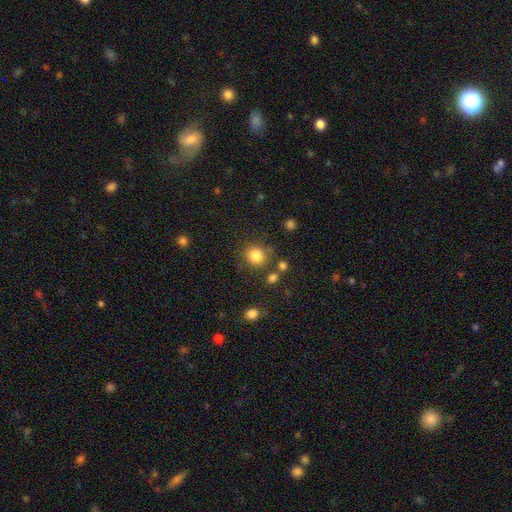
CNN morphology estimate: Smooth or featured?
  - smooth: 82% *
  - star or artifact: 12%
  - featured or disk: 6%
How rounded?
  - round: 85% *
  - in between: 14%
  - cigar-shaped: 1%
Merging?
  - none: 80% *
  - minor disturbance: 10%
  - merger: 6%
  - major disturbance: 4%